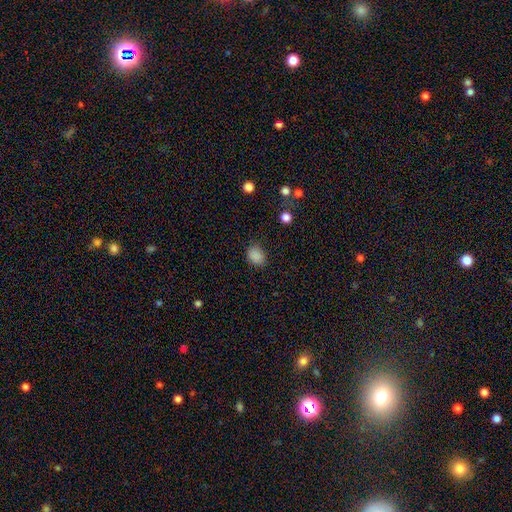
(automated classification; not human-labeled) Morphology: type=smooth (86%); roundness=in between (54%); merging=none (81%).